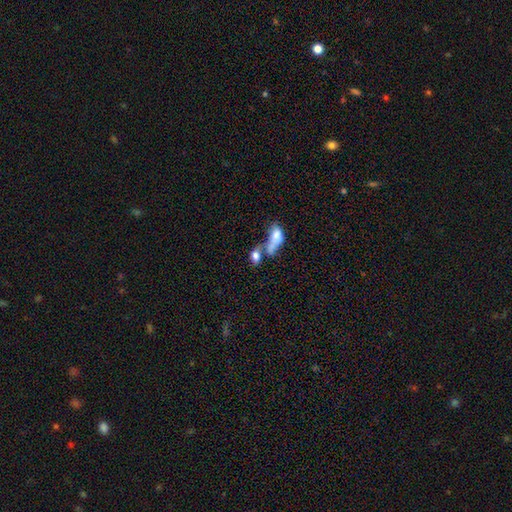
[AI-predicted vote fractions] Smooth or featured? smooth (72%)
How rounded? in between (78%)
Merging? merger (64%)